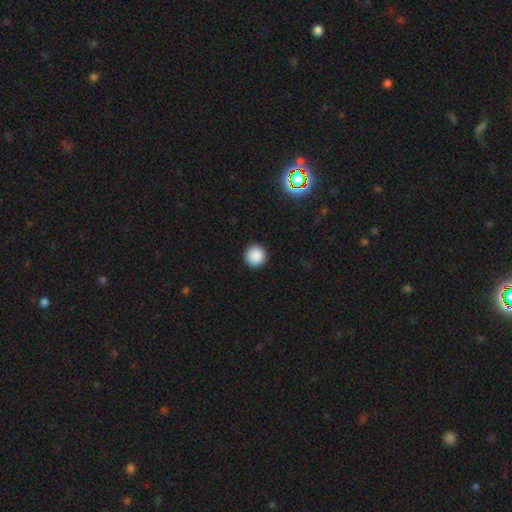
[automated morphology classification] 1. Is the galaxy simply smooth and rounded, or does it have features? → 88% smooth, 9% star or artifact, 3% featured or disk.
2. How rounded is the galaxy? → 96% round, 3% in between, 1% cigar-shaped.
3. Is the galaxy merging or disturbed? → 93% none, 4% minor disturbance, 2% major disturbance, 1% merger.